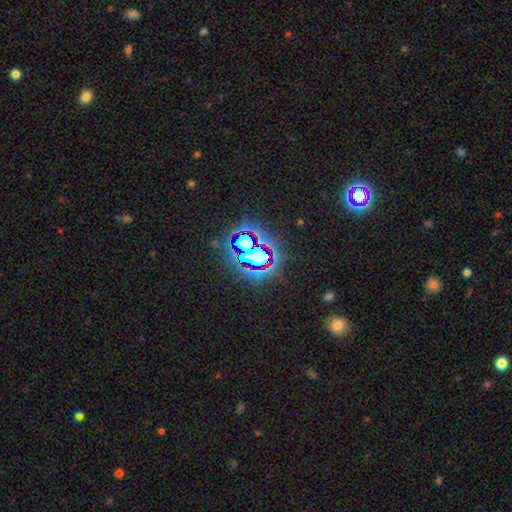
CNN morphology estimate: This appears to be a star or artifact, not a galaxy (69%).